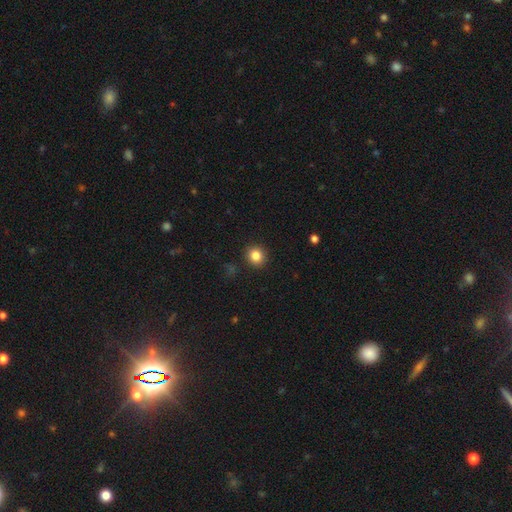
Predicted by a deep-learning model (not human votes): smooth 84%, star or artifact 11%, featured or disk 5%. Down the decision tree: how rounded — round (87%); merging — none (91%).